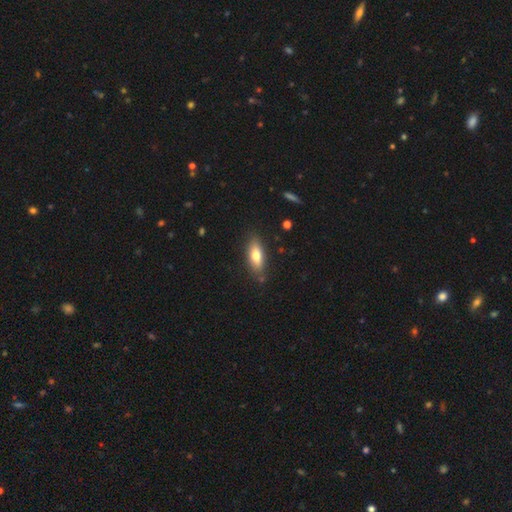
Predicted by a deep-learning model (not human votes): Smooth or featured? smooth (68%)
How rounded? in between (69%)
Merging? none (83%)